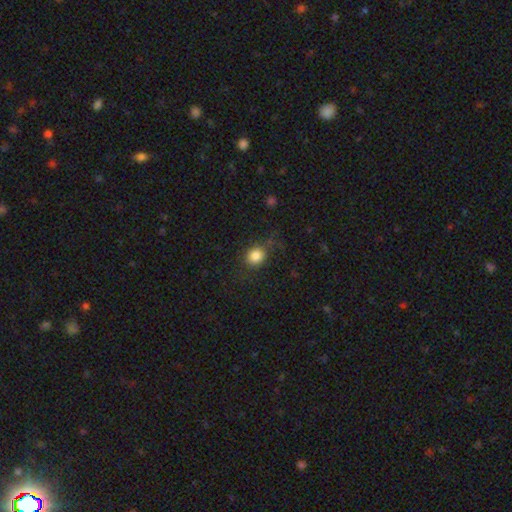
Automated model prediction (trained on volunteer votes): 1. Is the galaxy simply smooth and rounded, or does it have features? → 83% smooth, 10% star or artifact, 6% featured or disk.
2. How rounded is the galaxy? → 76% round, 23% in between, 1% cigar-shaped.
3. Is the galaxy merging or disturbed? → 70% none, 18% minor disturbance, 10% major disturbance, 2% merger.